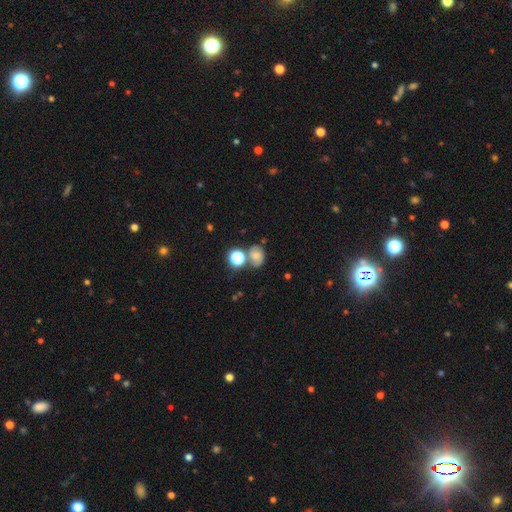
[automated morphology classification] The model was most divided on "how rounded": round: 53%, in between: 46%, cigar-shaped: 1%. More confident: smooth or featured — smooth (56%); merging — none (54%).